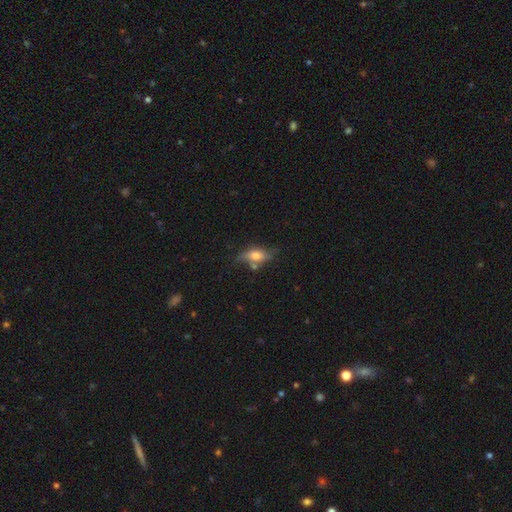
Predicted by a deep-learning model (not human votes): Smooth or featured? smooth (50%)
How rounded? in between (74%)
Merging? none (56%)